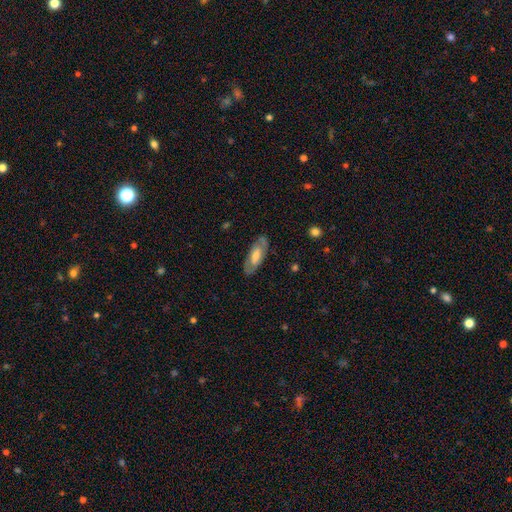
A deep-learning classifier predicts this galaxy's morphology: Smooth or featured? featured or disk (54%)
Edge-on disk? no (80%)
Merging? none (83%)